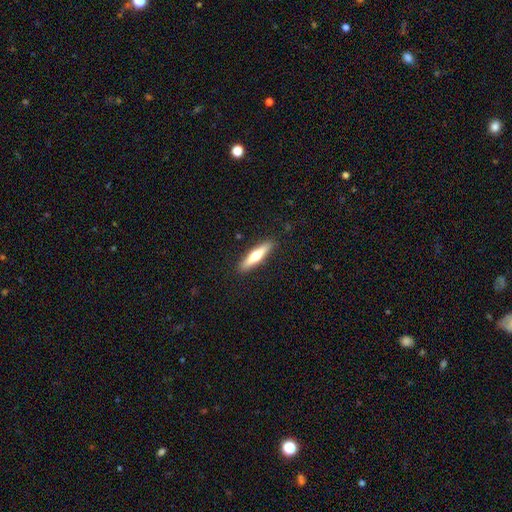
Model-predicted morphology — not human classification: smooth_or_featured: smooth (p=0.54) [alt: featured or disk p=0.41]
how_rounded: cigar-shaped (p=0.83) [alt: in between p=0.16]
merging: none (p=0.90) [alt: minor disturbance p=0.07]